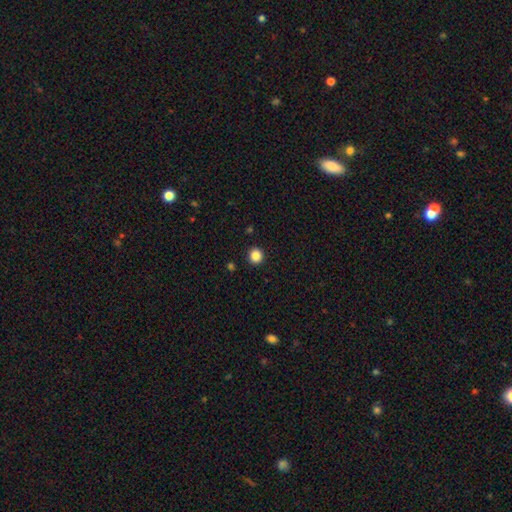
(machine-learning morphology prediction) A smooth galaxy with no disk features (86%) that is round (93%).

Vote fractions:
- Smooth or featured? smooth: 86% / star or artifact: 11% / featured or disk: 3%
- How rounded? round: 93% / in between: 6% / cigar-shaped: 1%
- Merging? none: 93% / minor disturbance: 4% / major disturbance: 2% / merger: 1%